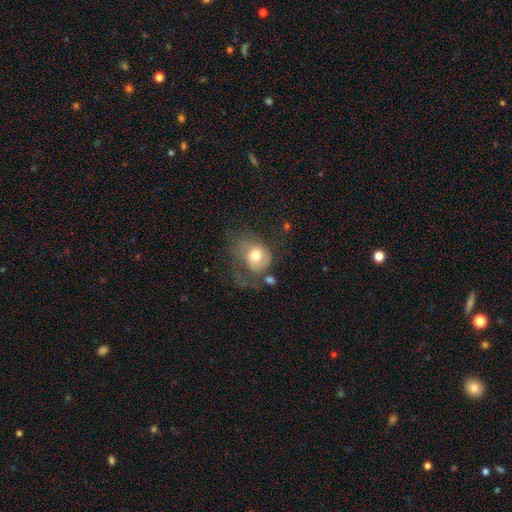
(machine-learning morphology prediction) Q: Smooth or featured?
A: smooth (60%); runner-up: featured or disk (32%)
Q: How rounded?
A: round (62%); runner-up: in between (37%)
Q: Merging?
A: major disturbance (45%); runner-up: none (26%)